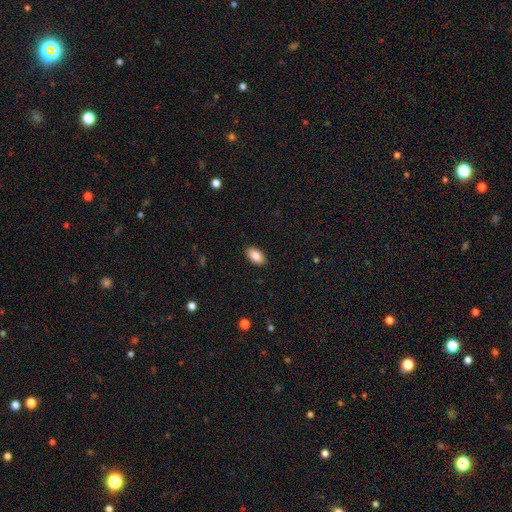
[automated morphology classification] The model was most divided on "smooth or featured": smooth: 84%, featured or disk: 9%, star or artifact: 7%. More confident: how rounded — in between (93%); merging — none (90%).